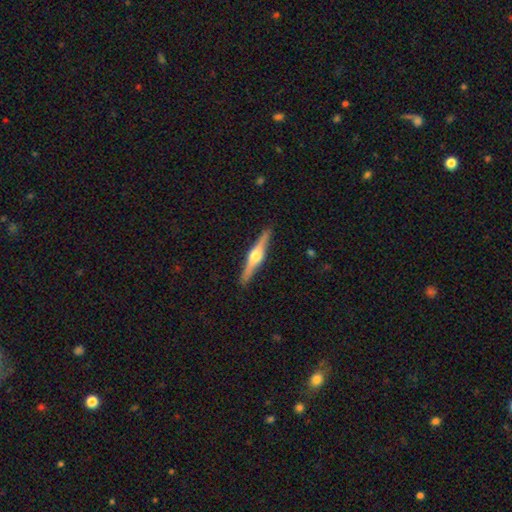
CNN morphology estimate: Overall: featured or disk (75%). Edge-on disk: yes (98%). Edge-on bulge: rounded (94%). Merging: none (90%).